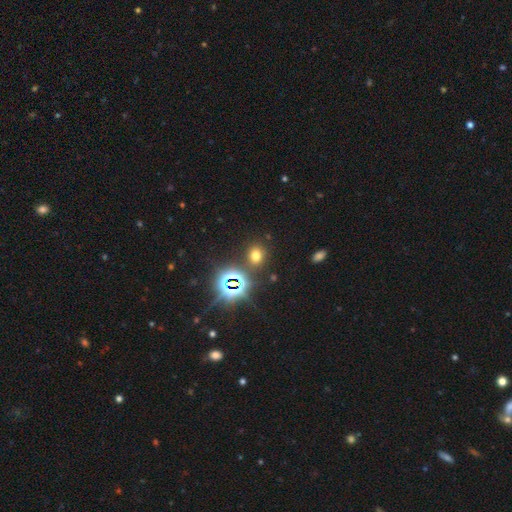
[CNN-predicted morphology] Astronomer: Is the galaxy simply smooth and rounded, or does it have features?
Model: smooth — 60%.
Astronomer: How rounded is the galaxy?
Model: round — 62%.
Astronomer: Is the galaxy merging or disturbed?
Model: none — 82%.